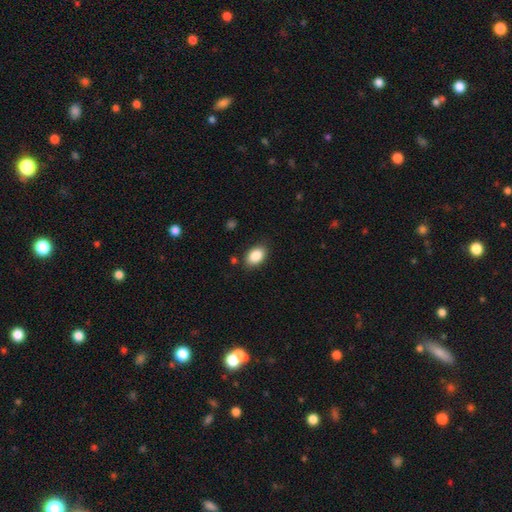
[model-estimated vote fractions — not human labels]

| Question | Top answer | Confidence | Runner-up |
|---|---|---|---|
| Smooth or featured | smooth | 88% | star or artifact (8%) |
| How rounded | in between | 86% | round (13%) |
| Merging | none | 84% | minor disturbance (12%) |